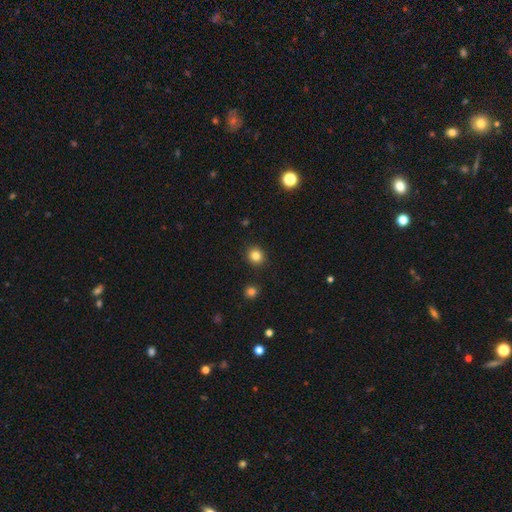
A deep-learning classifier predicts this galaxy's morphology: type=smooth (83%); roundness=round (85%); merging=none (90%).